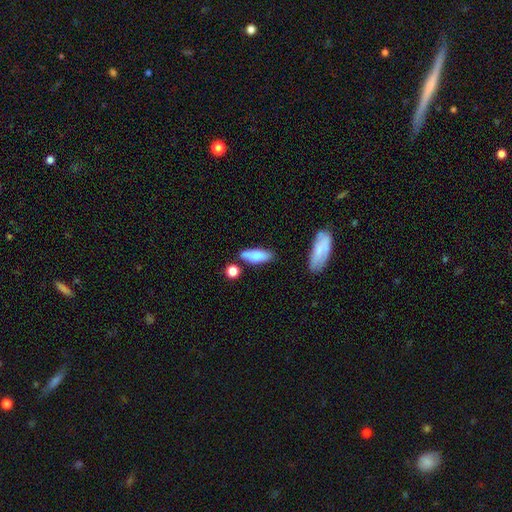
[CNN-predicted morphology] This appears to be a smooth galaxy with no disk features (80%) that is in between round and cigar-shaped (63%). Merging: none (67%).